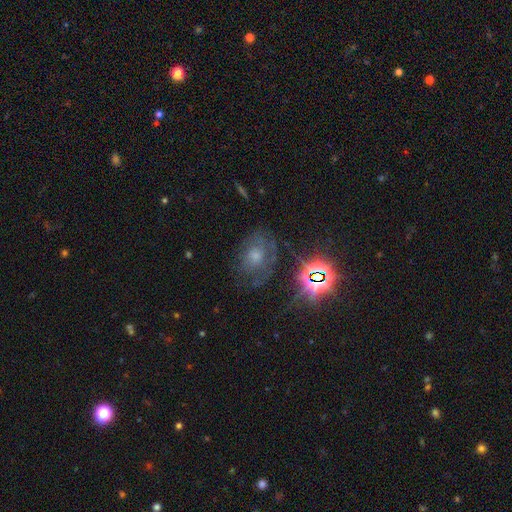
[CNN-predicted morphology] Smooth or featured: smooth — 38% (featured or disk — 36%)
Merging: none — 56% (minor disturbance — 23%)